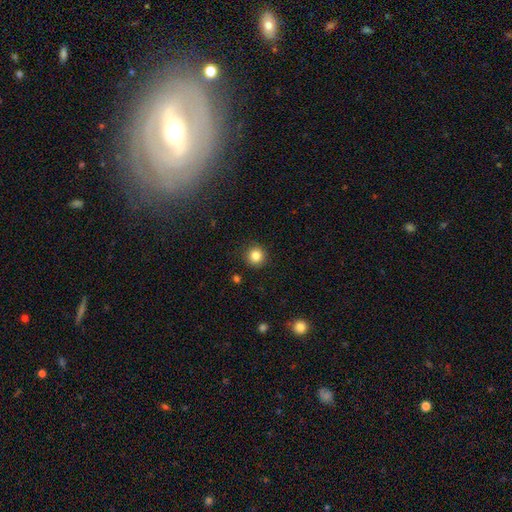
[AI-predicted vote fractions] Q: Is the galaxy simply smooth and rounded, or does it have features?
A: smooth — 84%.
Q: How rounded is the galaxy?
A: round — 94%.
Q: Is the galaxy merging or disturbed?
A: none — 91%.